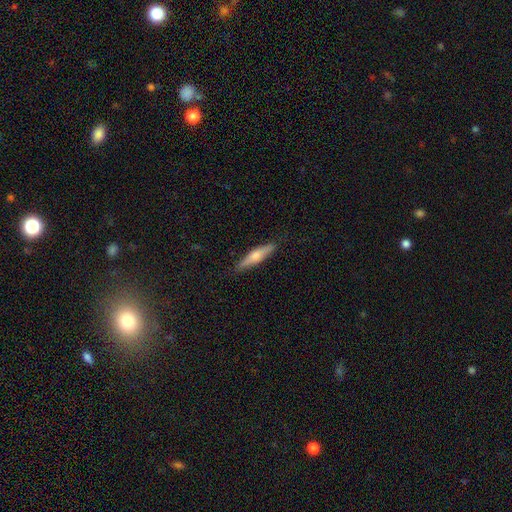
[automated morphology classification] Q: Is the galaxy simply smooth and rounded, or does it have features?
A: smooth — 56%.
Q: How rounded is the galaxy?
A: cigar-shaped — 81%.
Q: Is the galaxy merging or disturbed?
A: none — 87%.